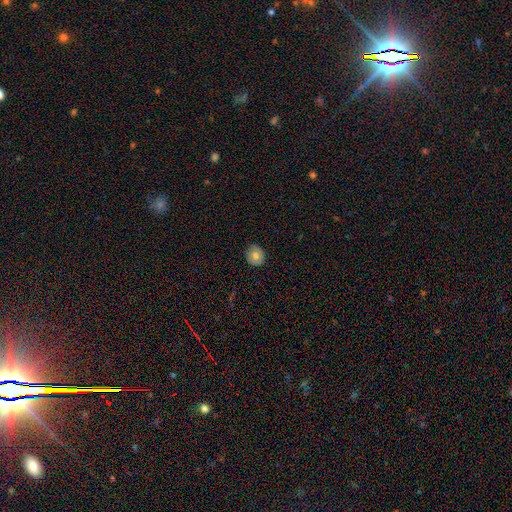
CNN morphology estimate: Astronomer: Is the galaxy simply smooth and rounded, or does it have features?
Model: smooth — 70%.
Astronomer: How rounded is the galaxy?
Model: round — 79%.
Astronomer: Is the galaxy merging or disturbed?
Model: none — 84%.